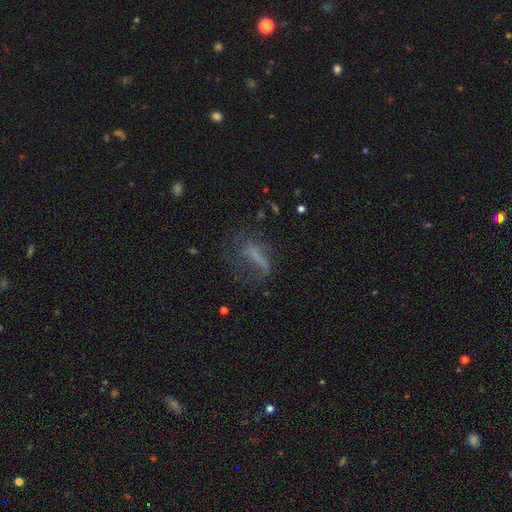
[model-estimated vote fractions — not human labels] Morphology: type=featured or disk (44%); merging=none (39%).